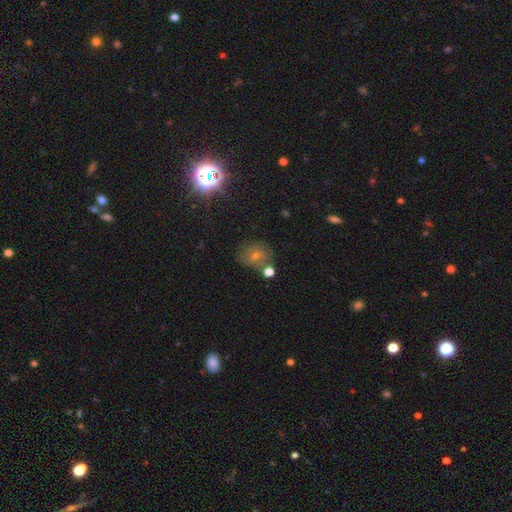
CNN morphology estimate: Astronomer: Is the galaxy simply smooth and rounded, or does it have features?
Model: smooth — 39% (runner-up: star or artifact, 35%).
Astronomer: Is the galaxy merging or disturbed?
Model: none — 71%.